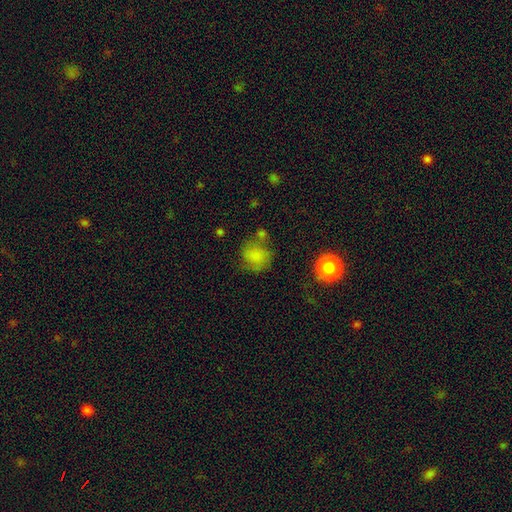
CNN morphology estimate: This is likely a smooth galaxy (73%). How rounded: likely round (76%). Merging: possibly none (56%).